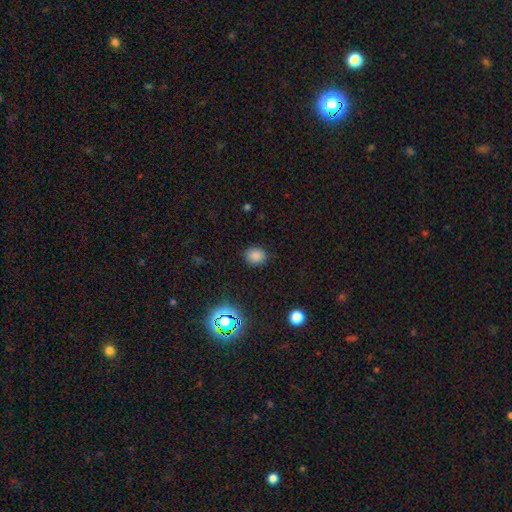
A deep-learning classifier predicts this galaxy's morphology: Smooth or featured: smooth — 80% (star or artifact — 16%)
How rounded: round — 69% (in between — 30%)
Merging: none — 87% (minor disturbance — 9%)